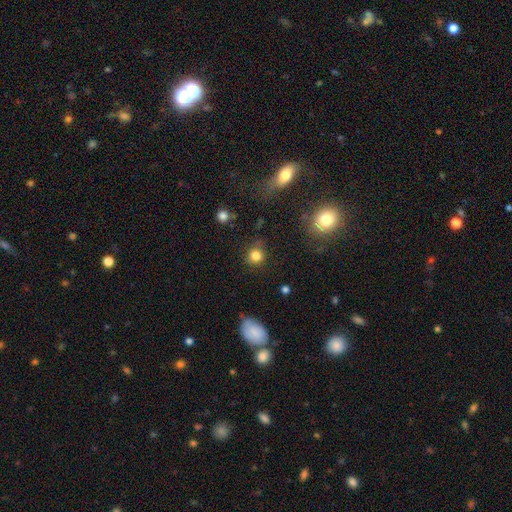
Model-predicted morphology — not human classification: This appears to be a smooth galaxy with no disk features (81%) that is round (87%). Merging: none (77%).